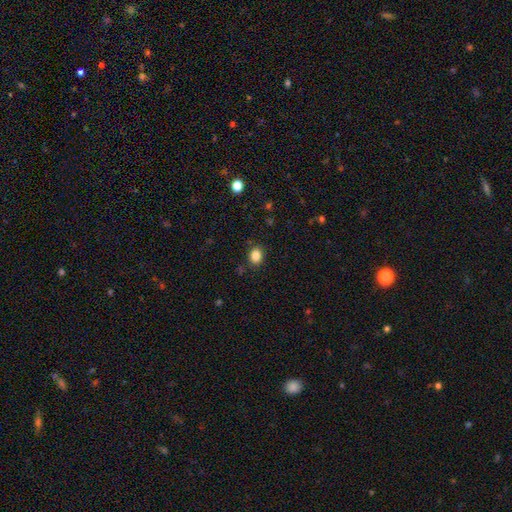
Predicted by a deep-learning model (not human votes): smooth 85%, star or artifact 10%, featured or disk 4%. Down the decision tree: how rounded — in between (55%); merging — none (86%).